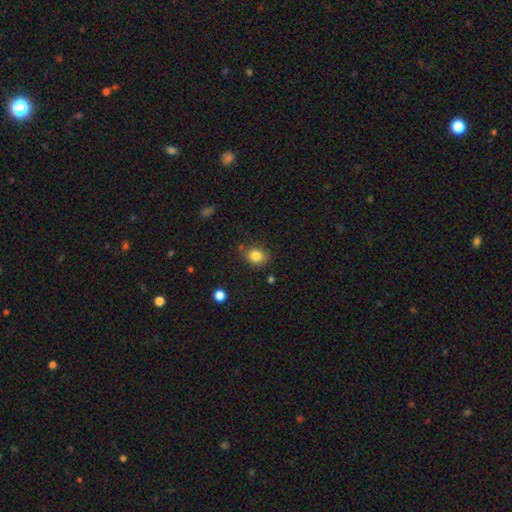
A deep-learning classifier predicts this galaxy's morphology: A smooth galaxy with no disk features (83%) that is round (57%).

Vote fractions:
- Smooth or featured? smooth: 83% / star or artifact: 11% / featured or disk: 6%
- How rounded? round: 57% / in between: 42% / cigar-shaped: 1%
- Merging? none: 77% / minor disturbance: 15% / merger: 4% / major disturbance: 4%